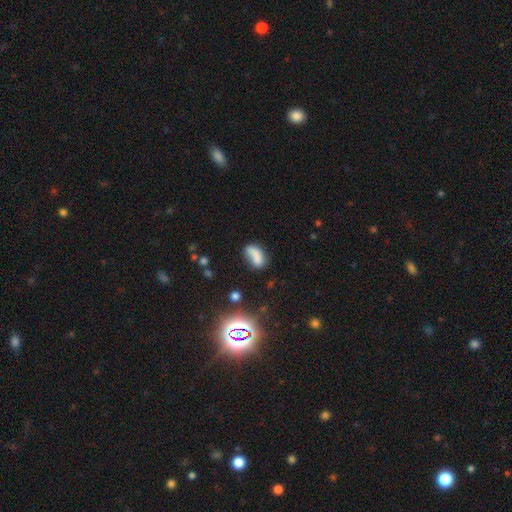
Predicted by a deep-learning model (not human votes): Smooth or featured: smooth — 69% (featured or disk — 17%)
How rounded: in between — 85% (round — 9%)
Merging: none — 44% (minor disturbance — 24%)